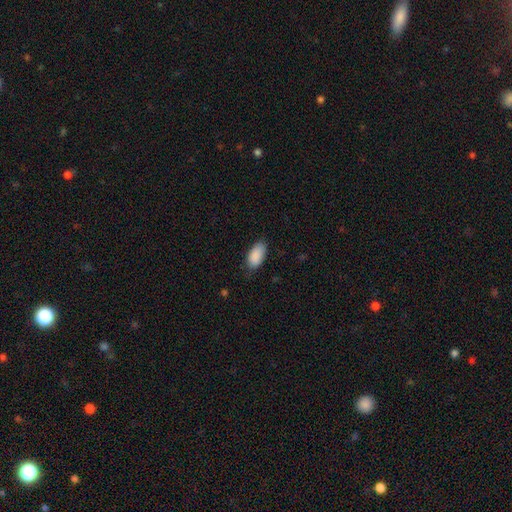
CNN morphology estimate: smooth-or-featured: smooth: 89% | star or artifact: 6% | featured or disk: 4%
  how-rounded: in between: 95% | round: 3% | cigar-shaped: 3%
  merging: none: 74% | minor disturbance: 22% | major disturbance: 4% | merger: 1%